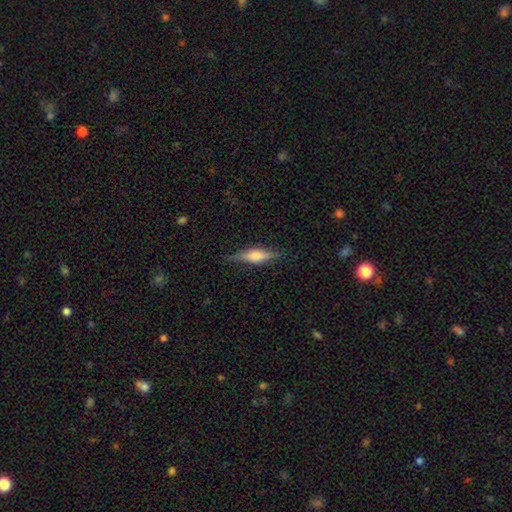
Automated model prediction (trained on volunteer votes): Smooth or featured? featured or disk (57%)
Edge-on disk? yes (95%)
Edge-on bulge? rounded (79%)
Merging? none (84%)